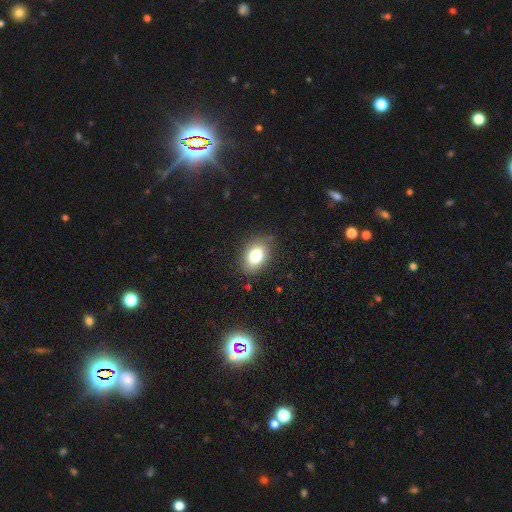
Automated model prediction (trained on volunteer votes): smooth-or-featured: smooth: 80% | featured or disk: 11% | star or artifact: 9%
  how-rounded: in between: 83% | round: 16% | cigar-shaped: 1%
  merging: none: 82% | minor disturbance: 13% | major disturbance: 3% | merger: 1%